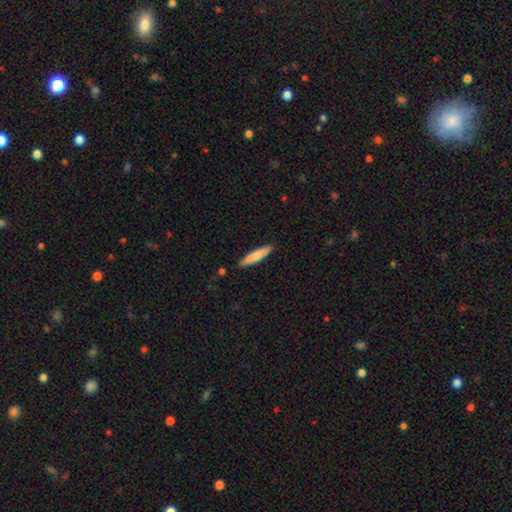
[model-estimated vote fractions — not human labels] smooth-or-featured: smooth: 74% | featured or disk: 21% | star or artifact: 5%
  how-rounded: cigar-shaped: 87% | in between: 11% | round: 1%
  merging: none: 88% | minor disturbance: 8% | major disturbance: 2% | merger: 2%